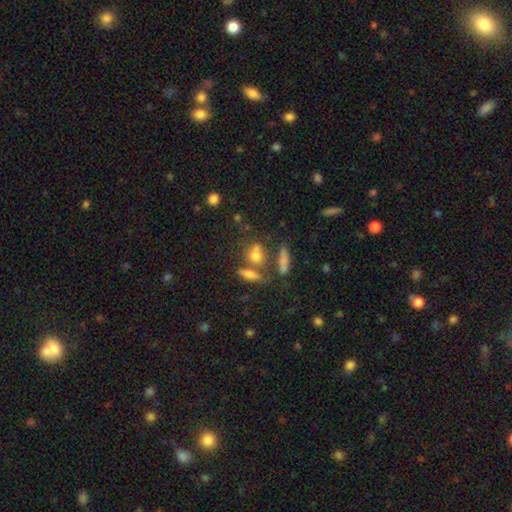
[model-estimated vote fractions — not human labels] Q: Smooth or featured?
A: smooth (66%); runner-up: featured or disk (18%)
Q: How rounded?
A: in between (44%); runner-up: round (37%)
Q: Merging?
A: none (49%); runner-up: merger (32%)